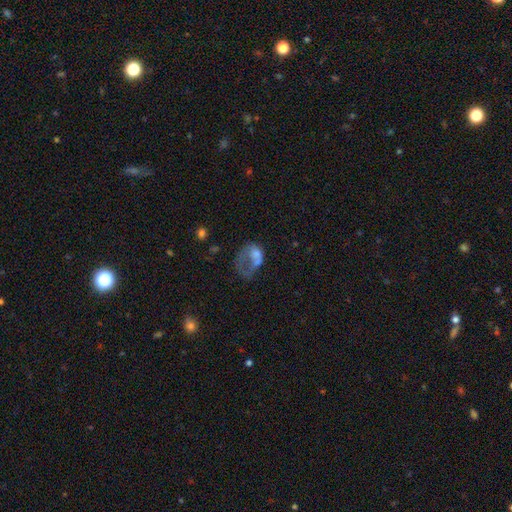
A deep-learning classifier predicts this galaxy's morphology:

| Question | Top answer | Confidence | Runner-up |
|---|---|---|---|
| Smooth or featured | smooth | 50% | featured or disk (39%) |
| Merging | major disturbance | 53% | none (18%) |